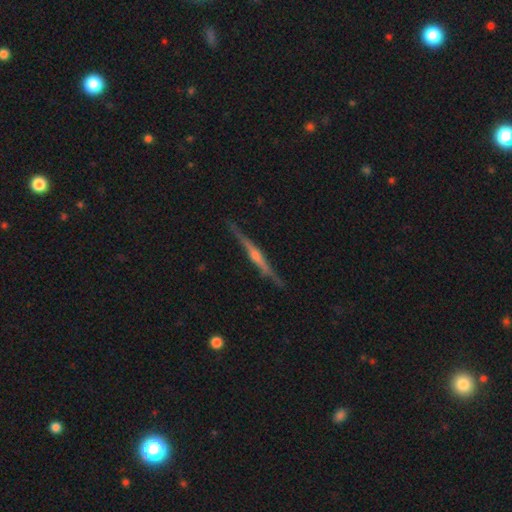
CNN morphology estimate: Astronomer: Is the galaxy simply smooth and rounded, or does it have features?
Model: featured or disk — 80%.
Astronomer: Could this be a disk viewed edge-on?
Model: yes — 98%.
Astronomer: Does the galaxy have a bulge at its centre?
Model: rounded — 78%.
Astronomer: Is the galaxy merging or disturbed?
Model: none — 89%.